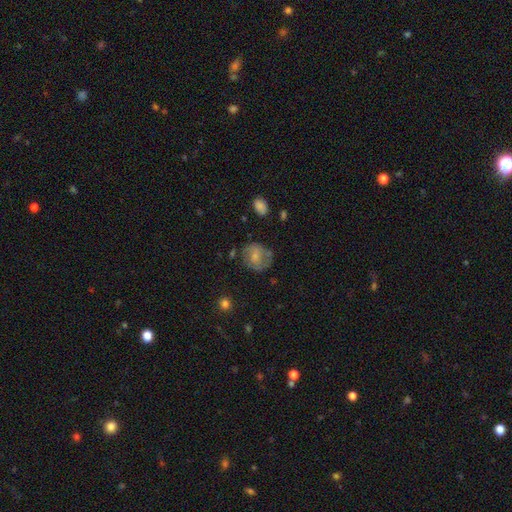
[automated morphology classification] A smooth galaxy with no disk features (52%) that is round (71%).

Vote fractions:
- Smooth or featured? smooth: 52% / featured or disk: 39% / star or artifact: 9%
- How rounded? round: 71% / in between: 28% / cigar-shaped: 1%
- Merging? none: 58% / minor disturbance: 24% / major disturbance: 14% / merger: 4%